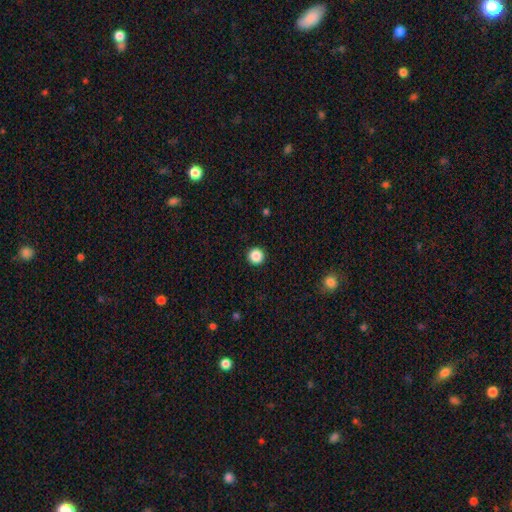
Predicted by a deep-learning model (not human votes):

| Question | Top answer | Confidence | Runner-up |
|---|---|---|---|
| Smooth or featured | smooth | 87% | star or artifact (10%) |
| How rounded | round | 96% | in between (3%) |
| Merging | none | 94% | minor disturbance (4%) |